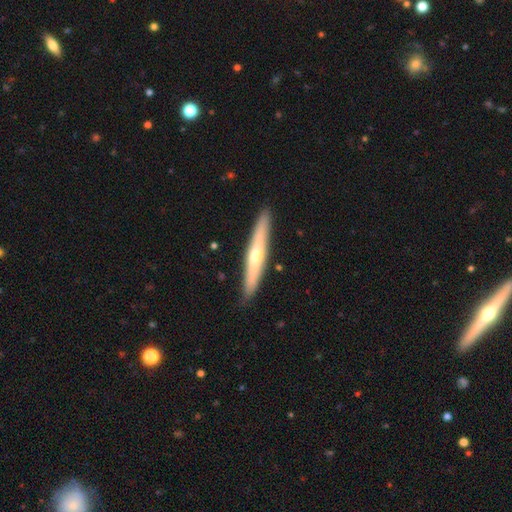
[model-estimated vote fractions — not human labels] featured or disk 50%, smooth 44%, star or artifact 5%. Down the decision tree: edge-on disk — yes (92%); merging — none (90%).